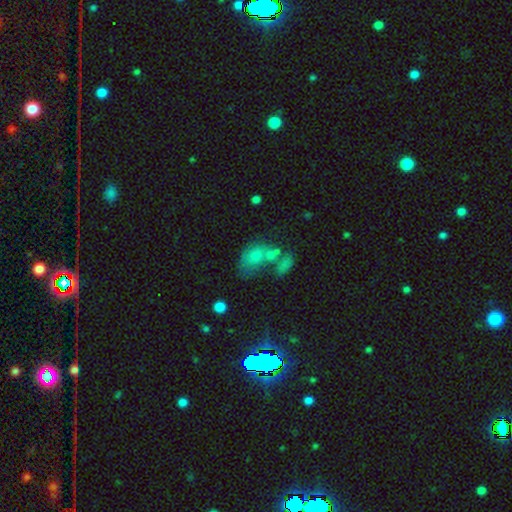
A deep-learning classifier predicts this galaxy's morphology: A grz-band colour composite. It shows a smooth galaxy with no disk features (60%) that is in between round and cigar-shaped (78%). Merging: merger (45%).